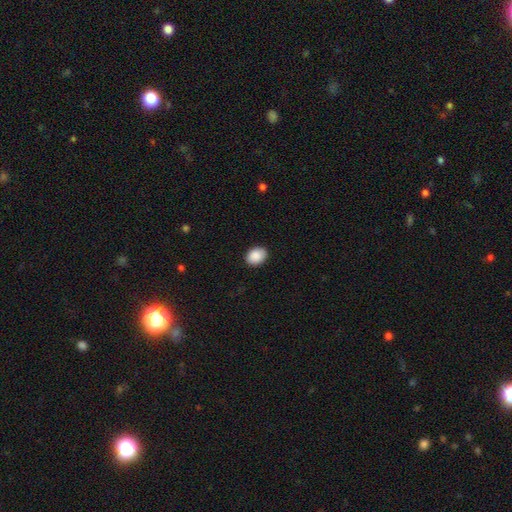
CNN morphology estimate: The model was most divided on "how rounded": in between: 66%, round: 33%, cigar-shaped: 1%. More confident: smooth or featured — smooth (90%); merging — none (89%).